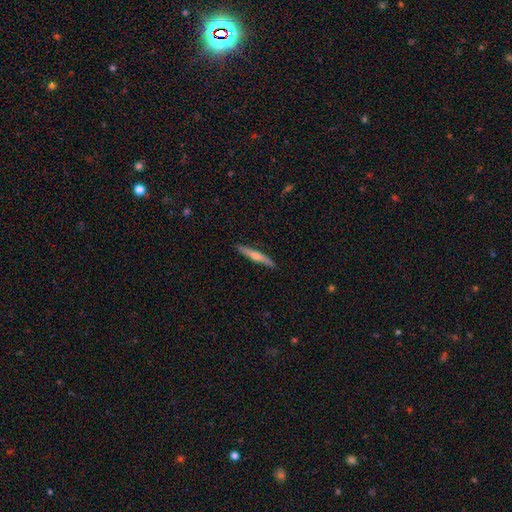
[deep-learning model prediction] Q: Smooth or featured?
A: featured or disk (63%); runner-up: smooth (31%)
Q: Edge-on disk?
A: yes (97%); runner-up: no (3%)
Q: Edge-on bulge?
A: rounded (85%); runner-up: none (11%)
Q: Merging?
A: none (90%); runner-up: minor disturbance (7%)